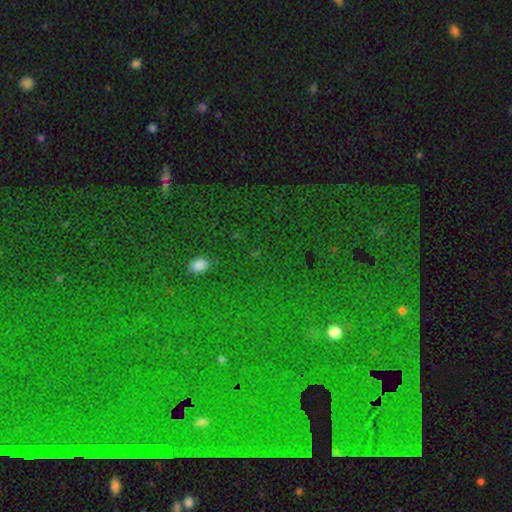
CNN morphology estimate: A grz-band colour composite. It shows a star or artifact, not a galaxy (75%).